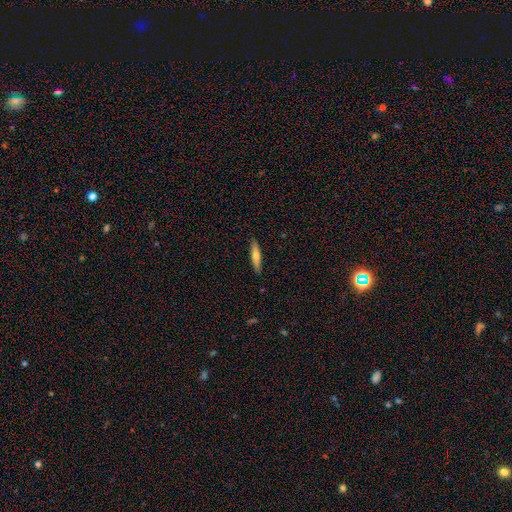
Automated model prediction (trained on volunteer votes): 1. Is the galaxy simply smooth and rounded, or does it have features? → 59% smooth, 36% featured or disk, 6% star or artifact.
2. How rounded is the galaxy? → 80% cigar-shaped, 18% in between, 2% round.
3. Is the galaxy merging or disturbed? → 89% none, 8% minor disturbance, 2% major disturbance, 1% merger.